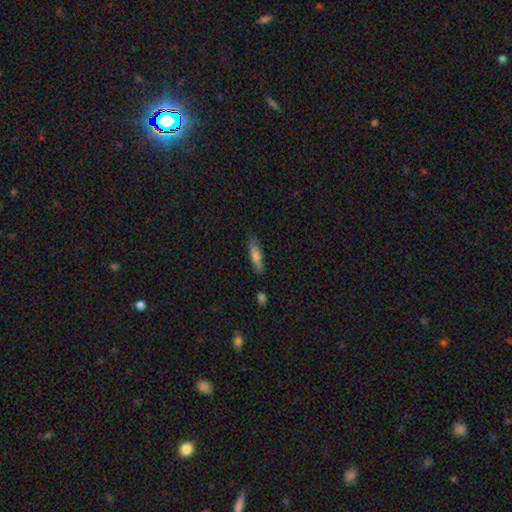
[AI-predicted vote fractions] A smooth galaxy with no disk features (72%) that is cigar-shaped (76%). Merging: none (83%).